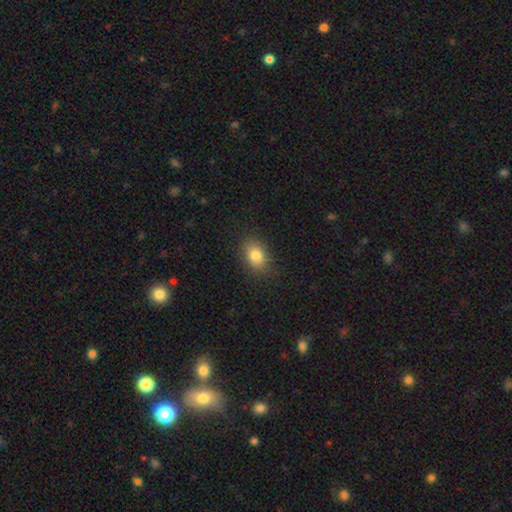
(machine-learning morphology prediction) Smooth or featured? Predicted: smooth (p=0.82). How rounded? Predicted: in between (p=0.73). Merging? Predicted: none (p=0.84).